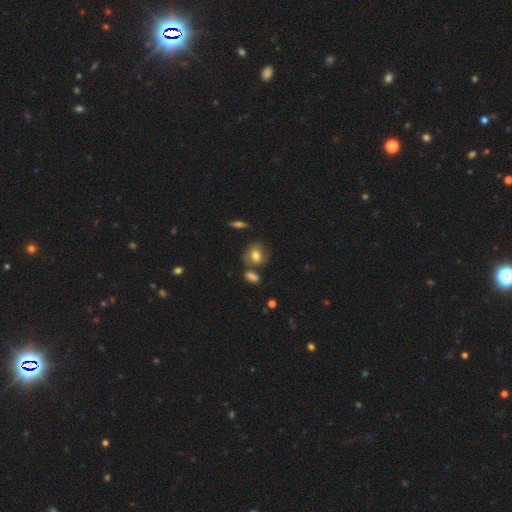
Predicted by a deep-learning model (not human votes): smooth-or-featured: smooth: 67% | featured or disk: 23% | star or artifact: 11%
  how-rounded: in between: 55% | round: 42% | cigar-shaped: 3%
  merging: none: 57% | minor disturbance: 19% | merger: 18% | major disturbance: 7%